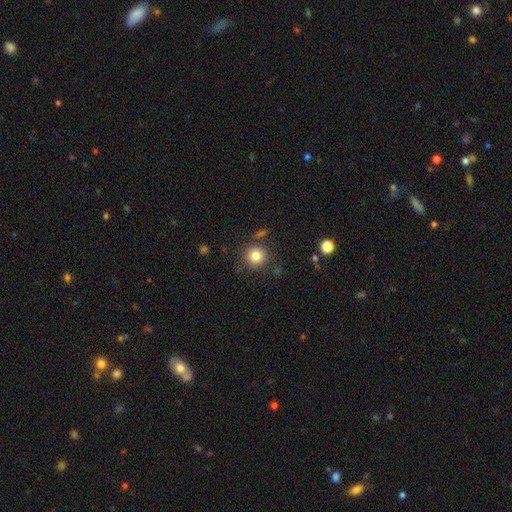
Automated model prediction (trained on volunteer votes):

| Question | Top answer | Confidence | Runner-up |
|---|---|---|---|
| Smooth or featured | smooth | 82% | star or artifact (11%) |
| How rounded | round | 92% | in between (7%) |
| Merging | none | 83% | minor disturbance (9%) |